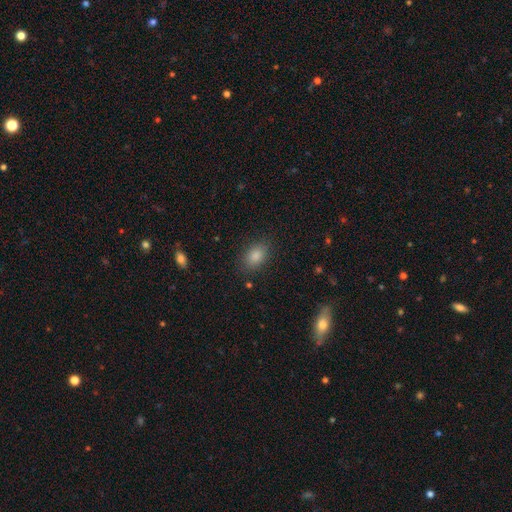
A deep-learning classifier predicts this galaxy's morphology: Smooth or featured: smooth — 85% (star or artifact — 9%)
How rounded: in between — 81% (round — 17%)
Merging: none — 84% (minor disturbance — 11%)